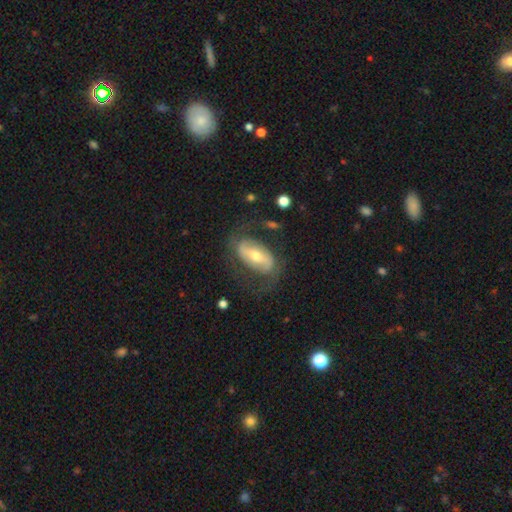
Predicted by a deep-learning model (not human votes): Smooth or featured: featured or disk — 69% (smooth — 24%)
Edge-on disk: no — 92% (yes — 8%)
Bar: strong — 43% (weak — 31%)
Spiral arms: yes — 76% (no — 24%)
Bulge size: moderate — 58% (small — 34%)
Merging: none — 64% (minor disturbance — 17%)